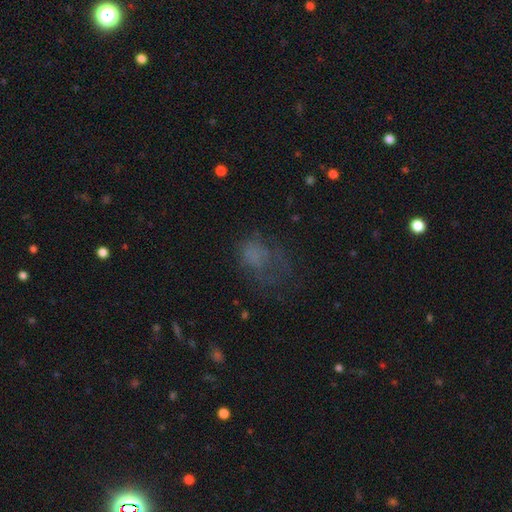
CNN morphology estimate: smooth-or-featured: smooth: 55% | featured or disk: 23% | star or artifact: 22%
  how-rounded: in between: 62% | round: 36% | cigar-shaped: 2%
  merging: major disturbance: 41% | none: 35% | minor disturbance: 22% | merger: 3%